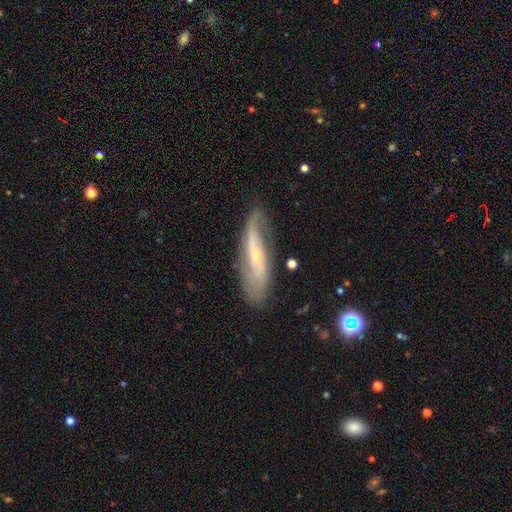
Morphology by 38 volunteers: Volunteers were most divided on "spiral winding": medium: 45%, loose: 36%, tight: 18%. More confident: bulge size — small (100%); edge-on disk — no (89%); spiral arms — yes (88%); smooth or featured — featured or disk (74%); bar — no (72%); merging — none (65%); spiral arm count — 2 (59%).